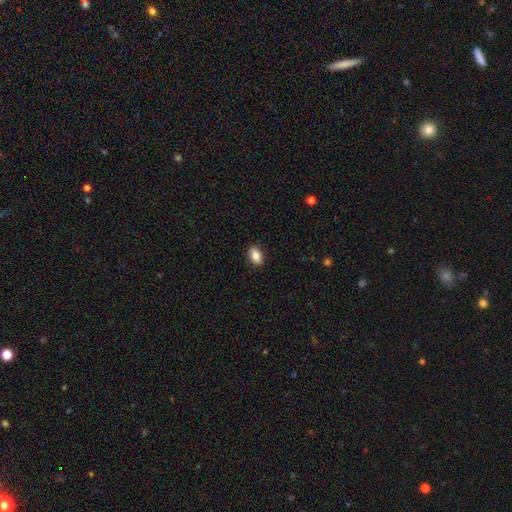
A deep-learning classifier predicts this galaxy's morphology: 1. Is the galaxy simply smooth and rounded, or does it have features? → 84% smooth, 8% star or artifact, 8% featured or disk.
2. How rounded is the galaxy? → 88% in between, 10% round, 2% cigar-shaped.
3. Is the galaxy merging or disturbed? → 89% none, 8% minor disturbance, 2% major disturbance, 1% merger.